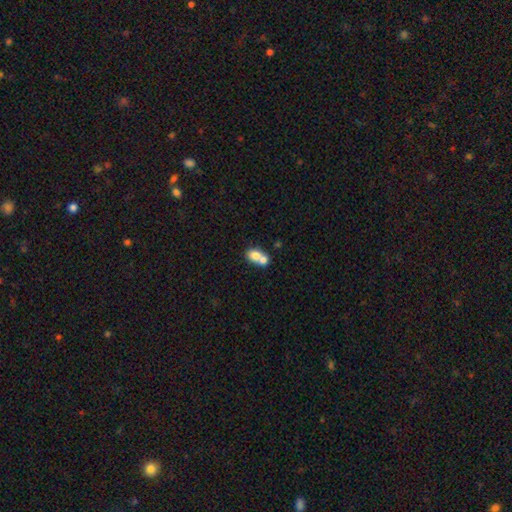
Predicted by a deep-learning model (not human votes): This appears to be a smooth galaxy with no disk features (74%) that is in between round and cigar-shaped (56%). Merging: merger (67%).